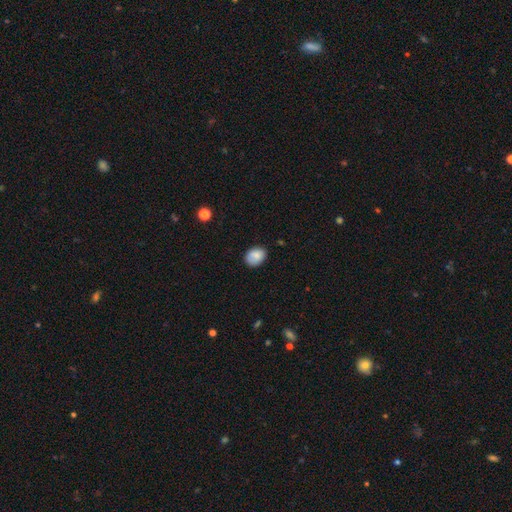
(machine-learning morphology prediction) Q: Smooth or featured?
A: smooth (82%); runner-up: featured or disk (10%)
Q: How rounded?
A: in between (62%); runner-up: round (37%)
Q: Merging?
A: none (73%); runner-up: minor disturbance (21%)